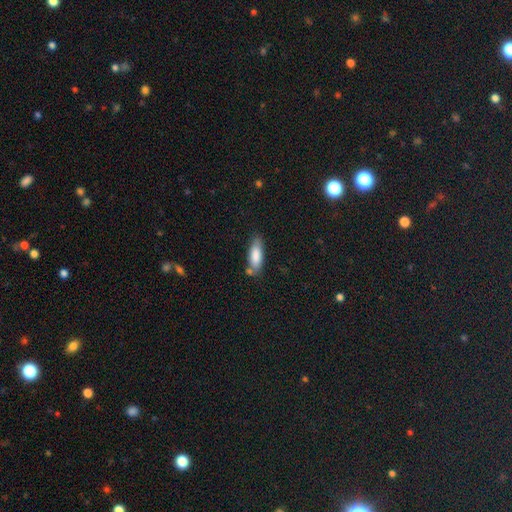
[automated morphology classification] Smooth or featured?
  - smooth: 82% *
  - featured or disk: 11%
  - star or artifact: 6%
How rounded?
  - in between: 64% *
  - cigar-shaped: 34%
  - round: 2%
Merging?
  - none: 65% *
  - minor disturbance: 20%
  - merger: 12%
  - major disturbance: 4%